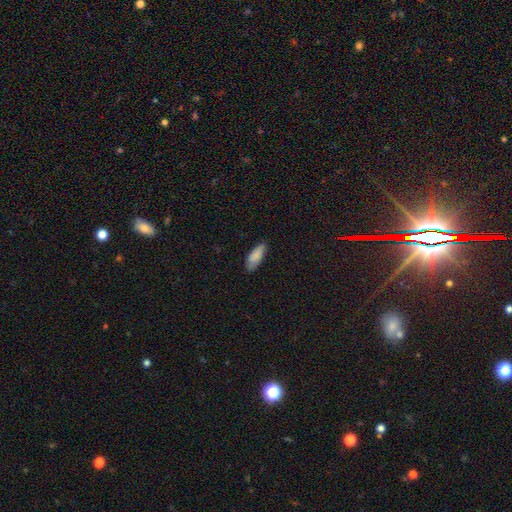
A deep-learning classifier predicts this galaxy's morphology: smooth_or_featured: smooth (p=0.87) [alt: featured or disk p=0.07]
how_rounded: in between (p=0.72) [alt: cigar-shaped p=0.26]
merging: none (p=0.78) [alt: minor disturbance p=0.18]